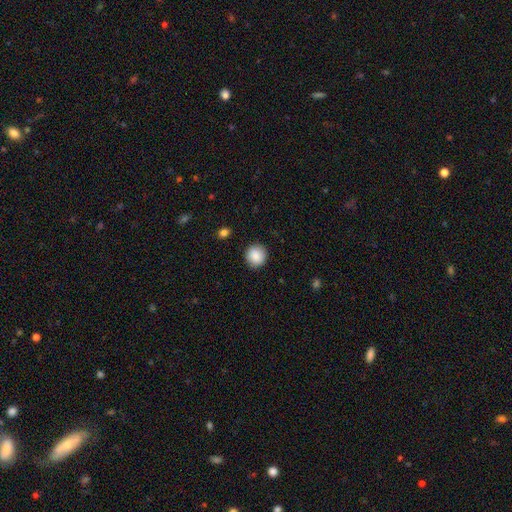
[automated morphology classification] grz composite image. It shows a smooth galaxy with no disk features (87%) that is round (91%). Merging: none (91%).